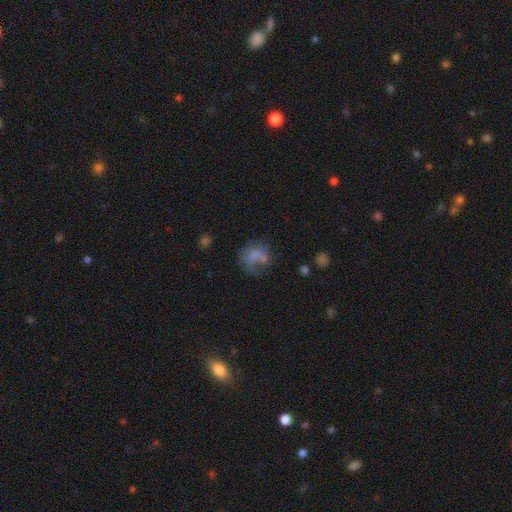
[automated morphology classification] The model was most divided on "merging": major disturbance: 37%, none: 31%, minor disturbance: 20%, merger: 12%. More confident: smooth or featured — smooth (56%); how rounded — round (54%).